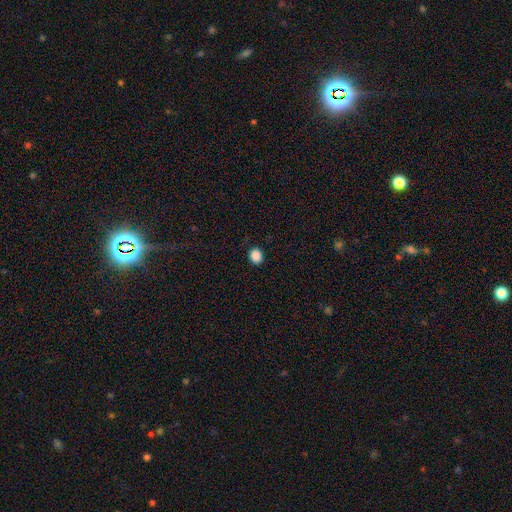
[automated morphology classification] This appears to be a smooth galaxy with no disk features (87%) that is round (72%). Merging: none (88%).